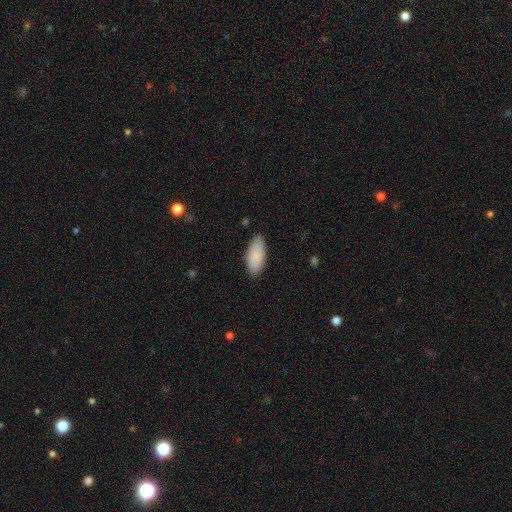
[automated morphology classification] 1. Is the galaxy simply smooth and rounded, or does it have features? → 87% smooth, 8% featured or disk, 6% star or artifact.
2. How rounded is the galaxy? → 89% in between, 10% cigar-shaped, 2% round.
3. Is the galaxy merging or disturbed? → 84% none, 13% minor disturbance, 2% major disturbance, 1% merger.